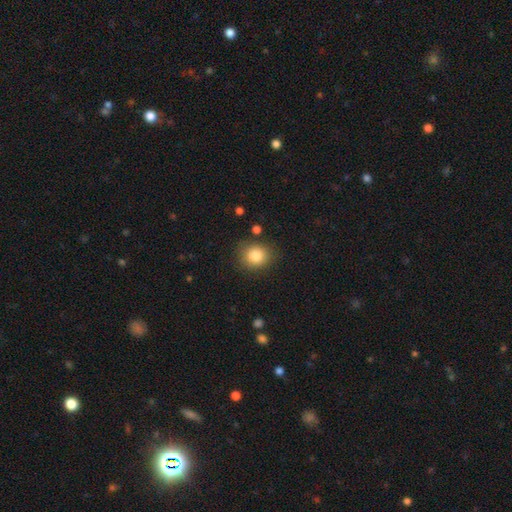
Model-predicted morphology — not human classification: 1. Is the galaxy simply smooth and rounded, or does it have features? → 84% smooth, 10% star or artifact, 7% featured or disk.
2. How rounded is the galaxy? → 77% round, 22% in between, 1% cigar-shaped.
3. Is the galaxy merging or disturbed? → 82% none, 12% minor disturbance, 3% major disturbance, 3% merger.